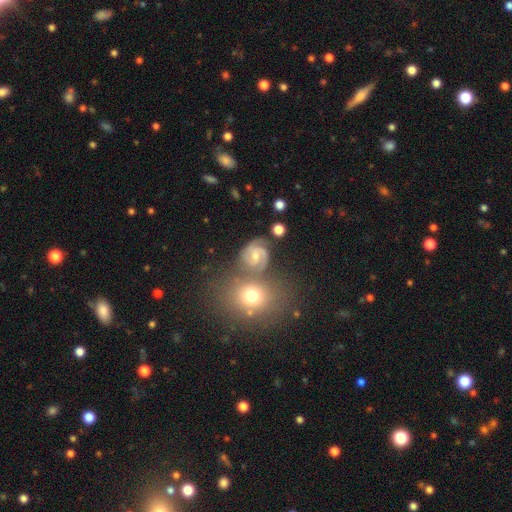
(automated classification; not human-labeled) Smooth or featured: featured or disk — 77% (smooth — 15%)
Edge-on disk: no — 98% (yes — 2%)
Bar: weak — 47% (no — 44%)
Spiral arms: yes — 96% (no — 4%)
Spiral winding: medium — 48% (tight — 41%)
Spiral arm count: 2 — 63% (3 — 18%)
Bulge size: small — 58% (moderate — 35%)
Merging: none — 63% (minor disturbance — 18%)